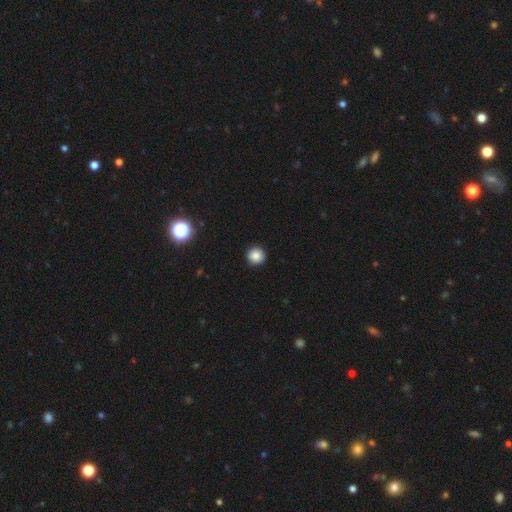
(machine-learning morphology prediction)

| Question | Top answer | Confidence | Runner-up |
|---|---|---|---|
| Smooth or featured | smooth | 84% | star or artifact (11%) |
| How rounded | round | 95% | in between (4%) |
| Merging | none | 93% | minor disturbance (5%) |